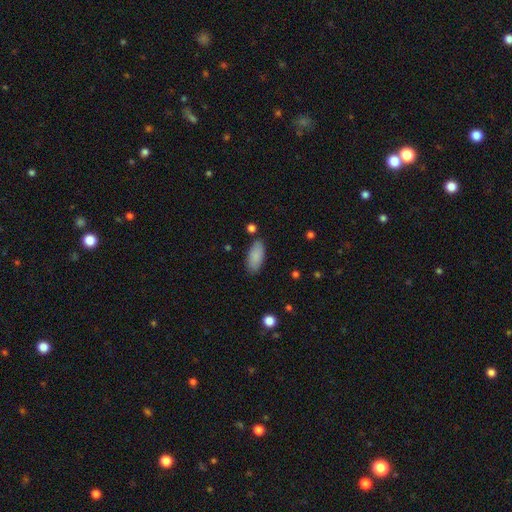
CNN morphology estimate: Q: Smooth or featured?
A: smooth (87%); runner-up: featured or disk (7%)
Q: How rounded?
A: in between (88%); runner-up: cigar-shaped (10%)
Q: Merging?
A: none (82%); runner-up: minor disturbance (12%)